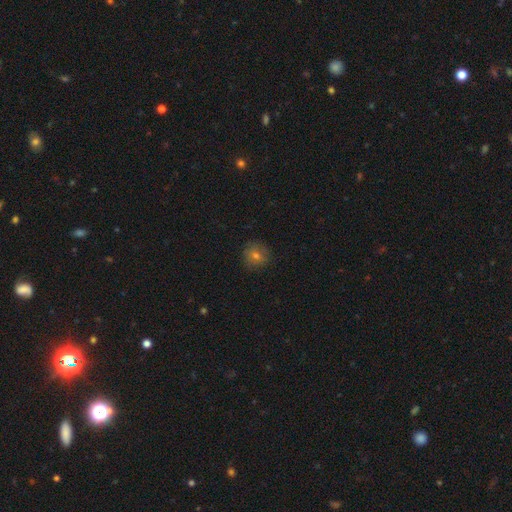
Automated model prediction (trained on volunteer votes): smooth_or_featured: smooth (p=0.67) [alt: star or artifact p=0.18]
how_rounded: round (p=0.91) [alt: in between p=0.08]
merging: none (p=0.86) [alt: minor disturbance p=0.10]